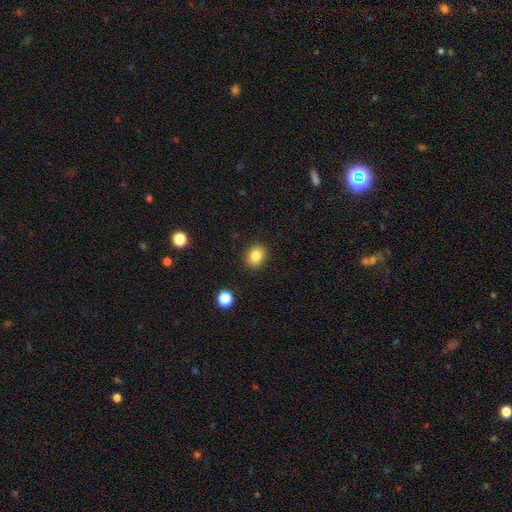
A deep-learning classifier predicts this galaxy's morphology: smooth-or-featured: smooth: 84% | star or artifact: 10% | featured or disk: 6%
  how-rounded: round: 58% | in between: 41% | cigar-shaped: 1%
  merging: none: 89% | minor disturbance: 7% | major disturbance: 2% | merger: 1%